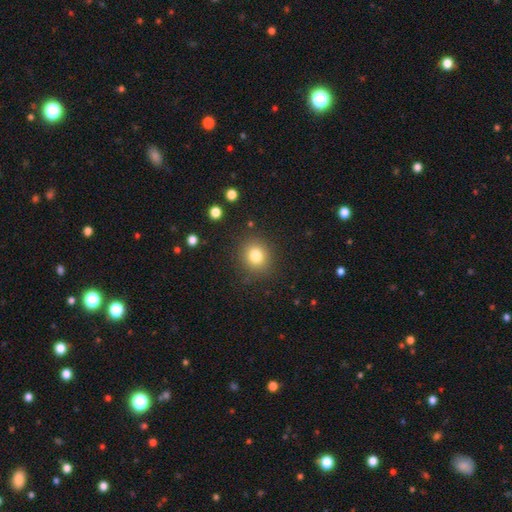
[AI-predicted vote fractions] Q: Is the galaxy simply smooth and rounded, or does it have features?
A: smooth — 80%.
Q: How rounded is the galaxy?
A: round — 82%.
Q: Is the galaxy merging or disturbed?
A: none — 86%.